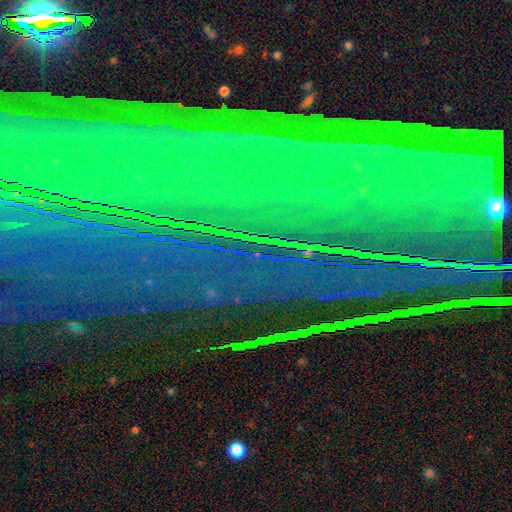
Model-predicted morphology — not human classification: Smooth or featured: star or artifact — 87% (featured or disk — 7%)